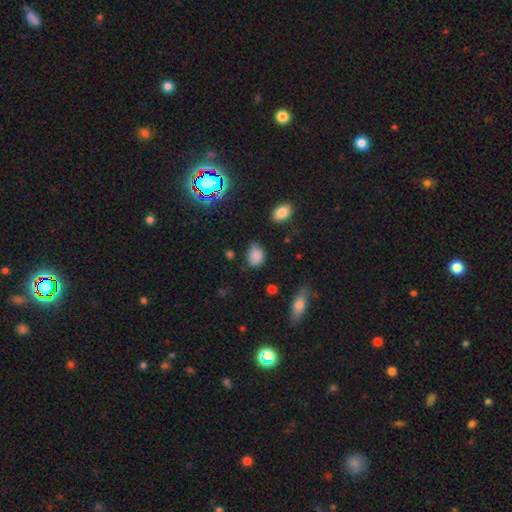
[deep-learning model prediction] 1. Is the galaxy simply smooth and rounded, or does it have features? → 83% smooth, 12% star or artifact, 6% featured or disk.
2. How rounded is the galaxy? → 66% in between, 32% round, 1% cigar-shaped.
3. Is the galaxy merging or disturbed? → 62% none, 29% minor disturbance, 6% major disturbance, 3% merger.